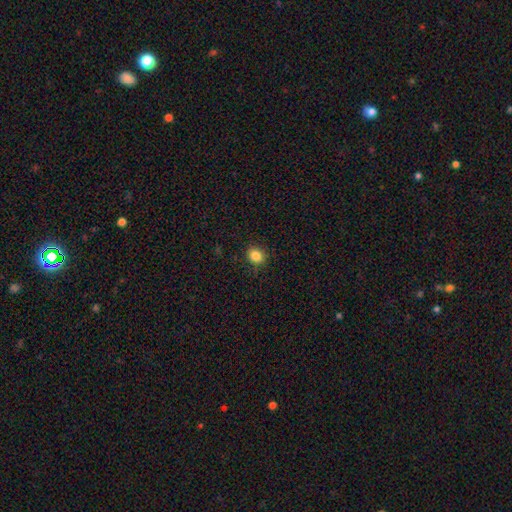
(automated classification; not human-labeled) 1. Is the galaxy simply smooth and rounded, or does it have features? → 85% smooth, 11% star or artifact, 4% featured or disk.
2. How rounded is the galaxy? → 69% round, 30% in between, 1% cigar-shaped.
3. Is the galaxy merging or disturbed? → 87% none, 9% minor disturbance, 3% major disturbance, 1% merger.